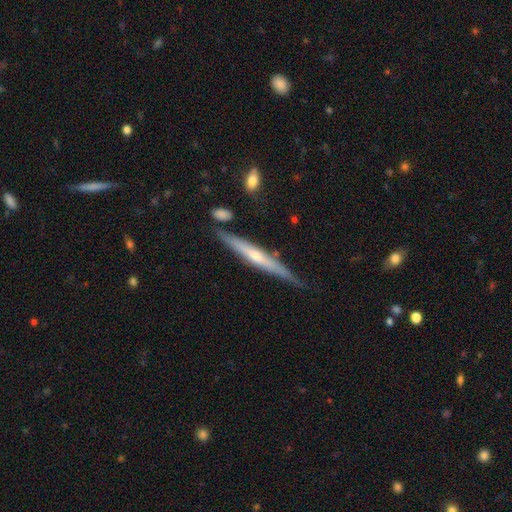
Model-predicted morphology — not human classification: Overall: featured or disk (68%). Edge-on disk: yes (95%). Edge-on bulge: rounded (62%; none 32%). Merging: none (79%).